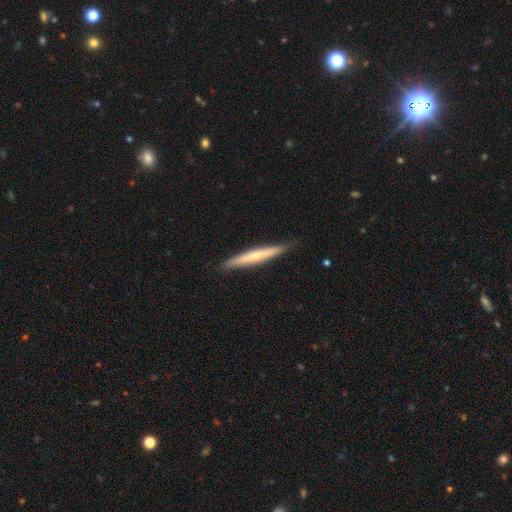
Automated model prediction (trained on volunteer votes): smooth 53%, featured or disk 42%, star or artifact 5%. Down the decision tree: how rounded — cigar-shaped (96%); merging — none (87%).